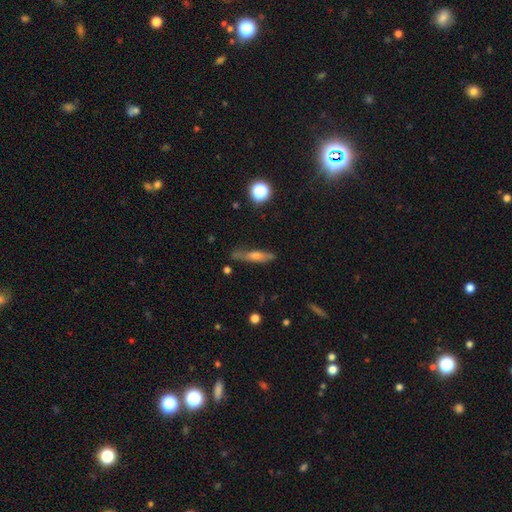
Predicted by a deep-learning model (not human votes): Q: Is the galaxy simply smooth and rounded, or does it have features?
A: featured or disk — 50%.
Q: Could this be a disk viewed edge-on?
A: yes — 85%.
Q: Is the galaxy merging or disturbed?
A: none — 76%.